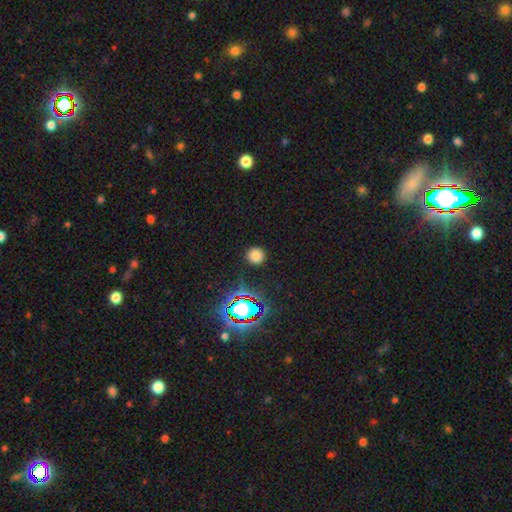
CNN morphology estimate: This appears to be a smooth galaxy with no disk features (75%) that is round (94%). Merging: none (89%).